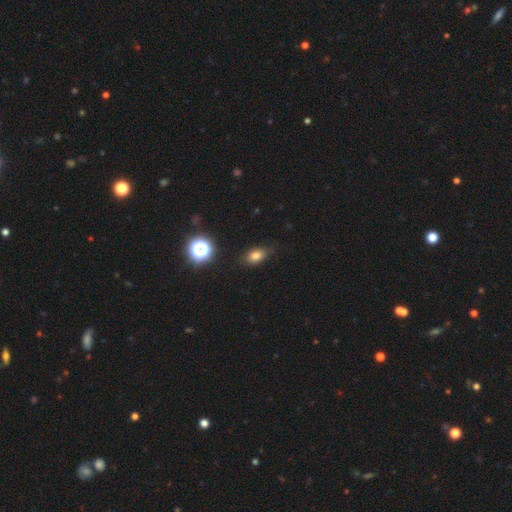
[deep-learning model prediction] Q: Smooth or featured?
A: smooth (77%); runner-up: star or artifact (15%)
Q: How rounded?
A: in between (78%); runner-up: round (20%)
Q: Merging?
A: none (81%); runner-up: minor disturbance (15%)